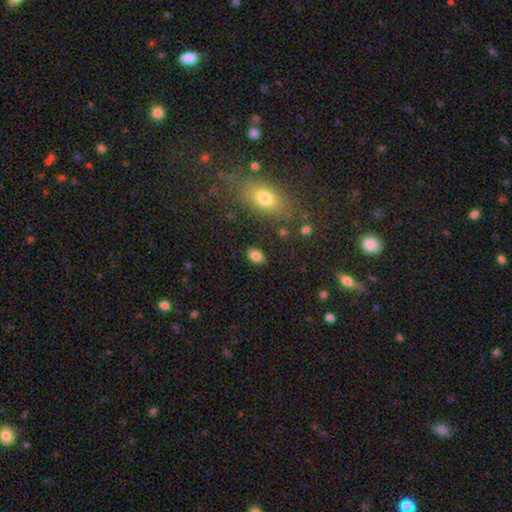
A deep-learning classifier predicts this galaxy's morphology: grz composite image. It shows a smooth galaxy with no disk features (82%) that is in between round and cigar-shaped (84%). Merging: none (84%).